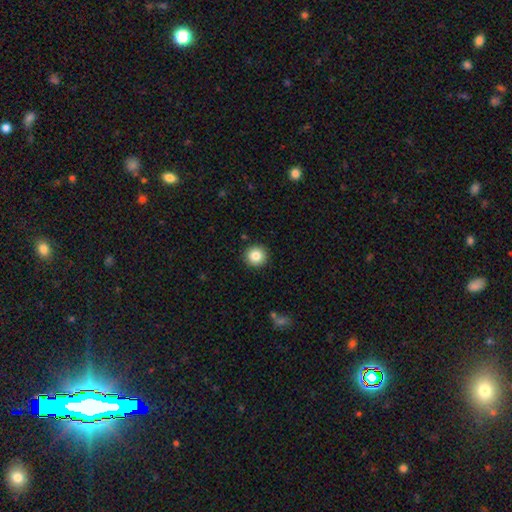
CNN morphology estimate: This appears to be a smooth galaxy with no disk features (84%) that is round (95%). Merging: none (92%).